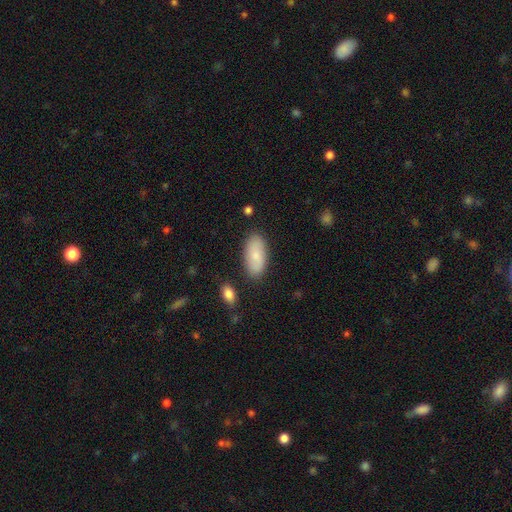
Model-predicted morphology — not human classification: Smooth or featured? smooth (80%)
How rounded? in between (92%)
Merging? none (84%)